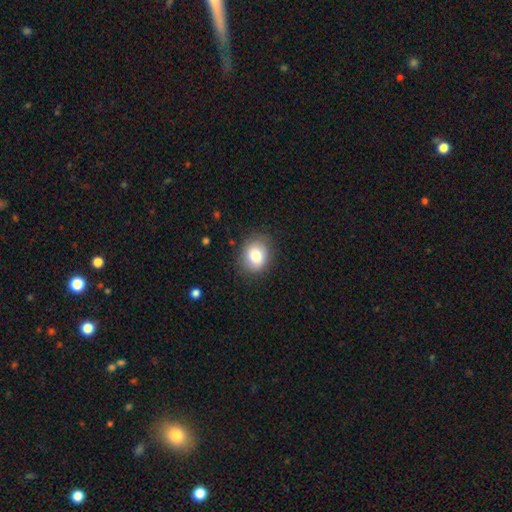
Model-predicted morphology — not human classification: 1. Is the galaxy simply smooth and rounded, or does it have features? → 80% smooth, 10% featured or disk, 9% star or artifact.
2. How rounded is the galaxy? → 58% round, 41% in between, 1% cigar-shaped.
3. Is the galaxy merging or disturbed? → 84% none, 11% minor disturbance, 3% major disturbance, 1% merger.